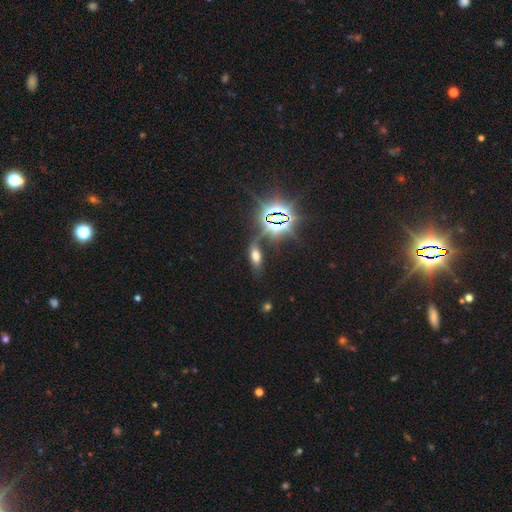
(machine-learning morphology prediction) A smooth galaxy with no disk features (50%) that is in between round and cigar-shaped (77%).

Vote fractions:
- Smooth or featured? smooth: 50% / star or artifact: 35% / featured or disk: 14%
- How rounded? in between: 77% / cigar-shaped: 17% / round: 5%
- Merging? none: 69% / minor disturbance: 15% / major disturbance: 8% / merger: 8%